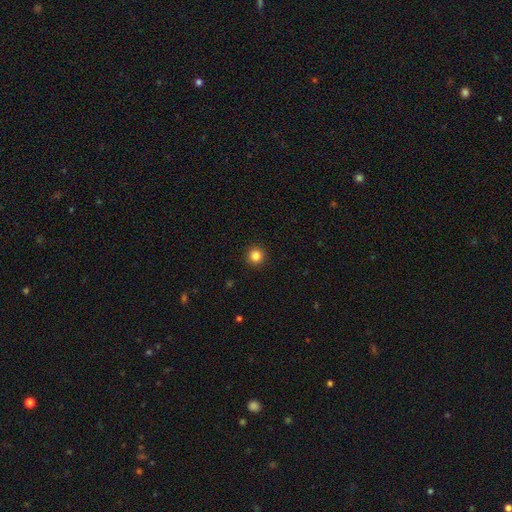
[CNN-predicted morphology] Q: Smooth or featured?
A: smooth (85%); runner-up: star or artifact (11%)
Q: How rounded?
A: round (95%); runner-up: in between (4%)
Q: Merging?
A: none (93%); runner-up: minor disturbance (4%)